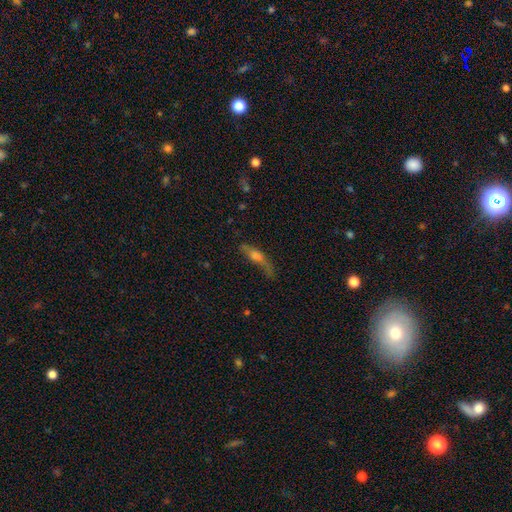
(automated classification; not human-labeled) Overall: featured or disk (45%; smooth 41%). Merging: none (46%; minor disturbance 27%).